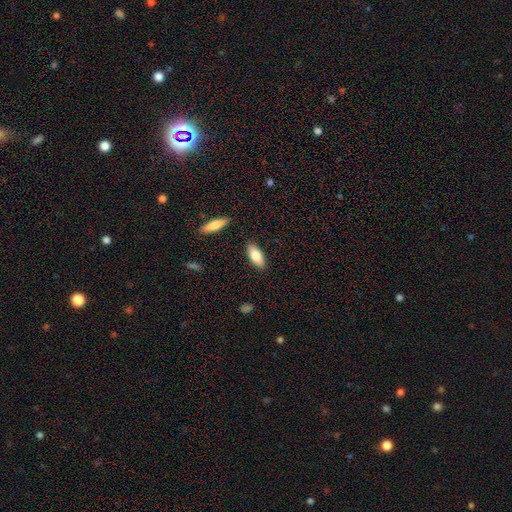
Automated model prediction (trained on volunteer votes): Smooth or featured? smooth (77%)
How rounded? in between (79%)
Merging? none (87%)